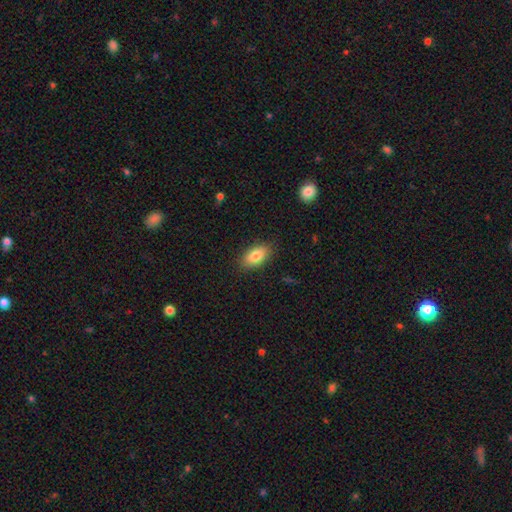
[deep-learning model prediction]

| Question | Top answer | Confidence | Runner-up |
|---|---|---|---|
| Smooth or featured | smooth | 82% | featured or disk (11%) |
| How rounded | in between | 90% | round (6%) |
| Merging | none | 86% | minor disturbance (11%) |